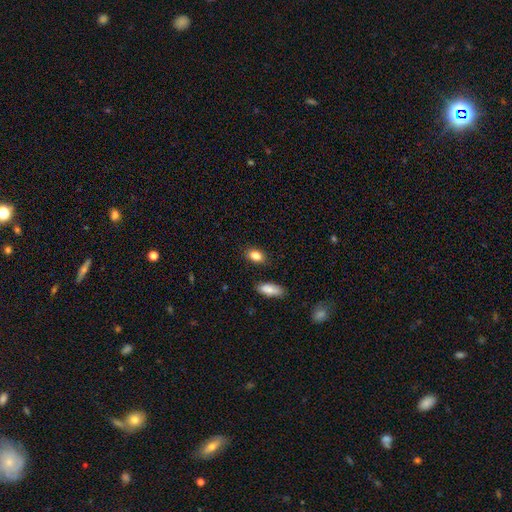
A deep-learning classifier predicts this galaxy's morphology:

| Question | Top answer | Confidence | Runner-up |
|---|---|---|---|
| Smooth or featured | smooth | 85% | star or artifact (9%) |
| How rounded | in between | 81% | round (15%) |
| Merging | none | 86% | minor disturbance (9%) |